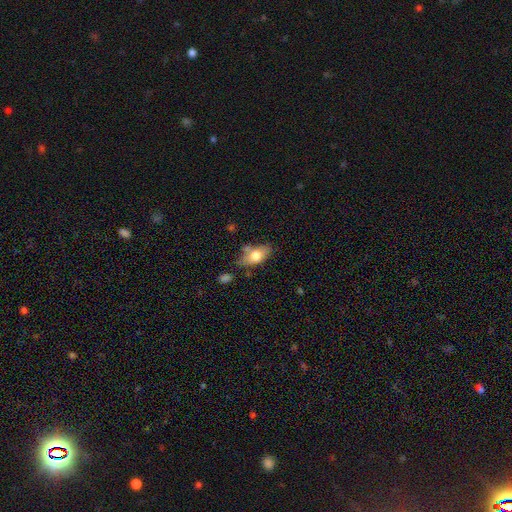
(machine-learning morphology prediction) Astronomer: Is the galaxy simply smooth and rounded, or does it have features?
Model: smooth — 70%.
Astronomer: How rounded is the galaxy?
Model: in between — 87%.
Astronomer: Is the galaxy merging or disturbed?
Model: none — 59%.